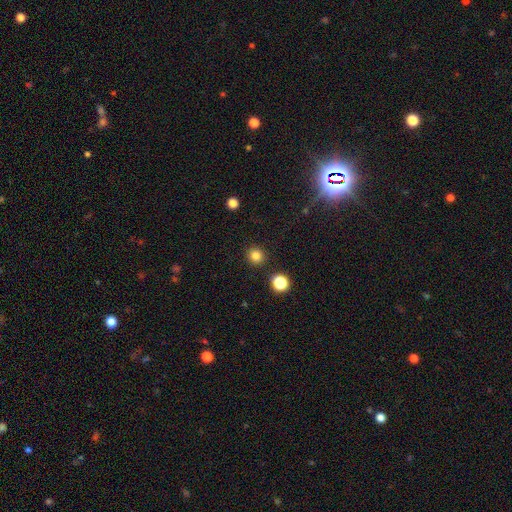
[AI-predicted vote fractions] The model was most divided on "smooth or featured": smooth: 82%, star or artifact: 14%, featured or disk: 5%. More confident: how rounded — round (91%); merging — none (91%).